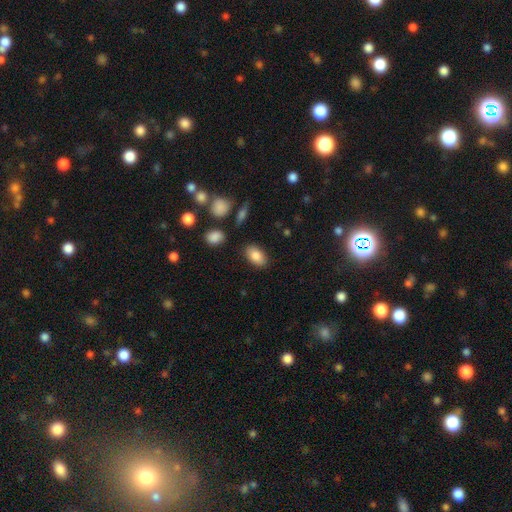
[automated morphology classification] smooth-or-featured: smooth: 85% | star or artifact: 8% | featured or disk: 7%
  how-rounded: in between: 91% | round: 7% | cigar-shaped: 2%
  merging: none: 84% | minor disturbance: 10% | major disturbance: 3% | merger: 2%